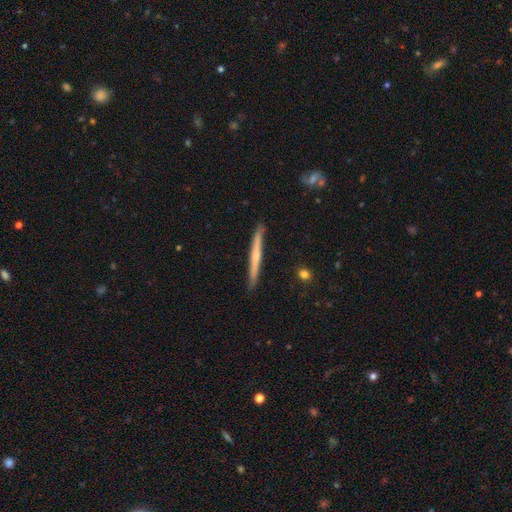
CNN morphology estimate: smooth-or-featured: featured or disk: 57% | smooth: 37% | star or artifact: 6%
  disk-edge-on: yes: 97% | no: 3%
    edge-on-bulge: none: 49% | rounded: 46% | boxy: 6%
  merging: none: 89% | minor disturbance: 8% | major disturbance: 1% | merger: 1%